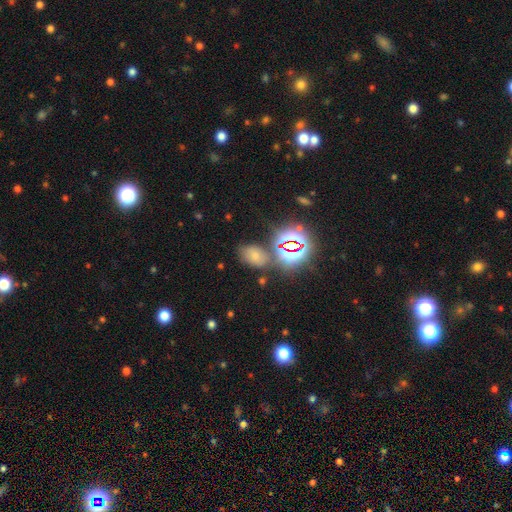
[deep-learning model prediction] A smooth galaxy with no disk features (56%) that is in between round and cigar-shaped (82%). Merging: none (69%).